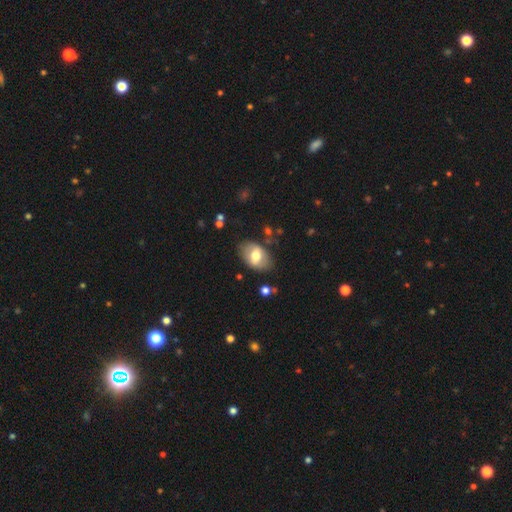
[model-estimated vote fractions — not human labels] Smooth or featured?
  - smooth: 57% *
  - featured or disk: 36%
  - star or artifact: 7%
How rounded?
  - in between: 86% *
  - round: 13%
  - cigar-shaped: 1%
Merging?
  - none: 77% *
  - minor disturbance: 16%
  - major disturbance: 5%
  - merger: 2%